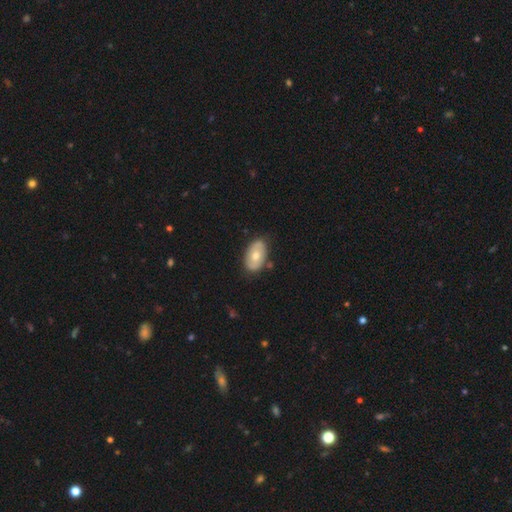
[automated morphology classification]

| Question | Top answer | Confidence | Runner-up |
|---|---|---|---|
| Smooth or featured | smooth | 60% | featured or disk (34%) |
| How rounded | in between | 91% | round (7%) |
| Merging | none | 76% | minor disturbance (17%) |